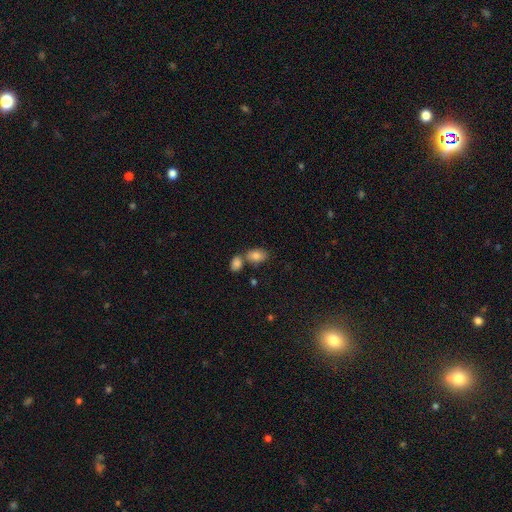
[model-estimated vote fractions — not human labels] Smooth or featured? Predicted: smooth (p=0.82). How rounded? Predicted: in between (p=0.86). Merging? Predicted: none (p=0.49).